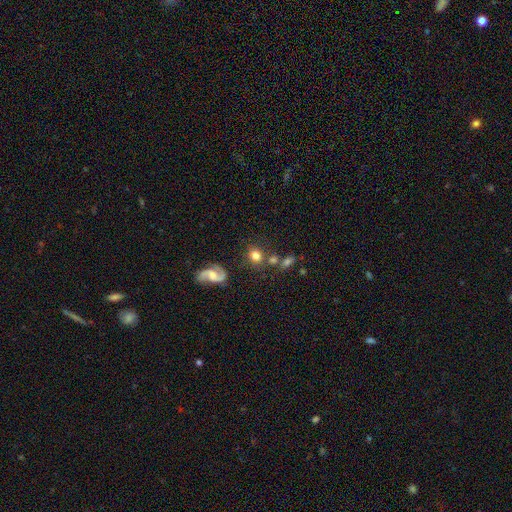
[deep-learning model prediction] Smooth or featured? Predicted: smooth (p=0.70). How rounded? Predicted: round (p=0.68). Merging? Predicted: none (p=0.68).